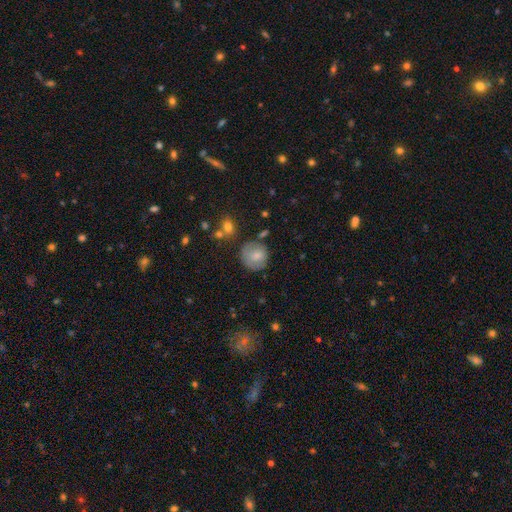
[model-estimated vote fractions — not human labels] This is likely a smooth galaxy (78%). How rounded: clearly round (88%). Merging: likely none (70%).